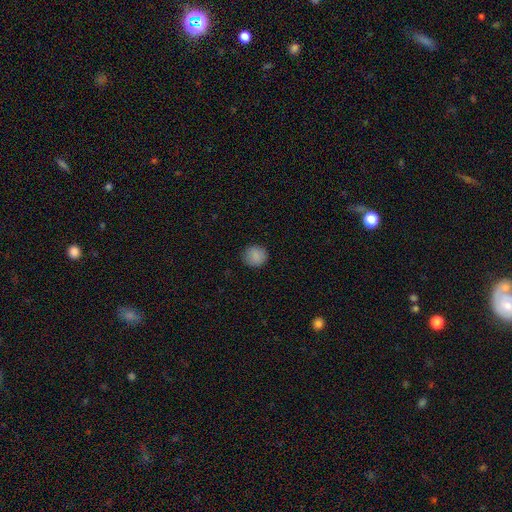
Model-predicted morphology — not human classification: Overall: smooth (87%). How rounded: round (90%). Merging: none (88%).